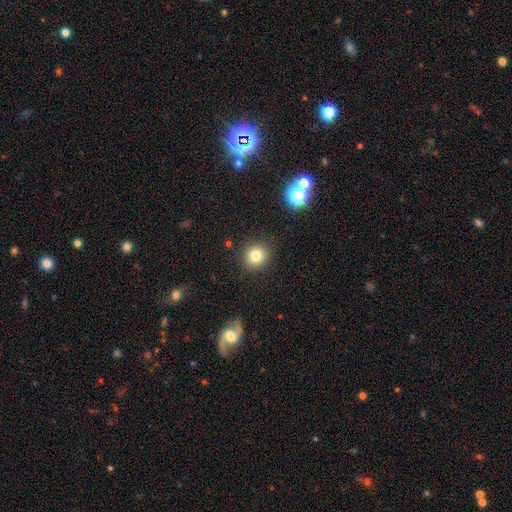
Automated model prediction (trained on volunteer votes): A smooth galaxy with no disk features (81%) that is round (87%).

Vote fractions:
- Smooth or featured? smooth: 81% / star or artifact: 12% / featured or disk: 7%
- How rounded? round: 87% / in between: 13% / cigar-shaped: 1%
- Merging? none: 89% / minor disturbance: 7% / major disturbance: 2% / merger: 2%